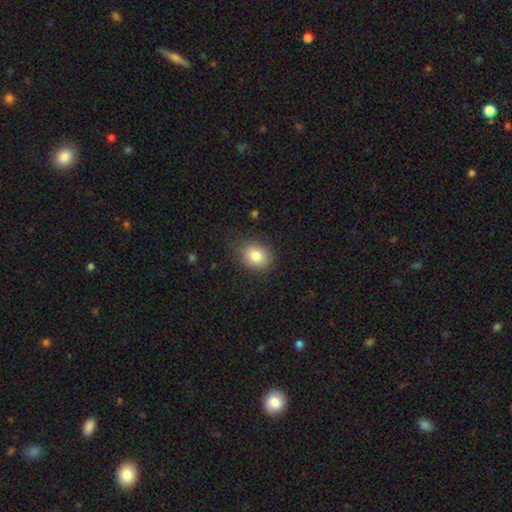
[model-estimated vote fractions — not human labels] smooth-or-featured: smooth: 83% | star or artifact: 10% | featured or disk: 8%
  how-rounded: round: 58% | in between: 41% | cigar-shaped: 1%
  merging: none: 80% | minor disturbance: 14% | major disturbance: 4% | merger: 1%